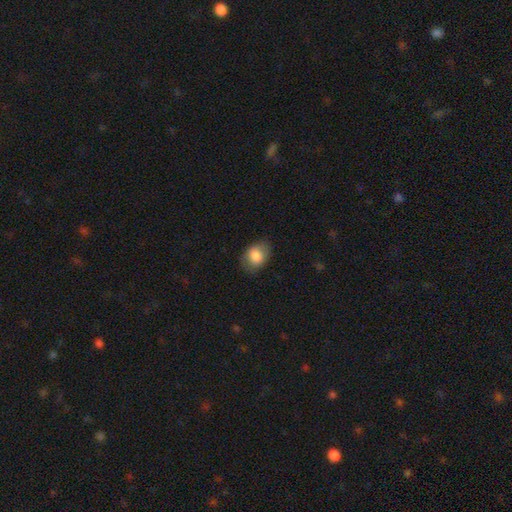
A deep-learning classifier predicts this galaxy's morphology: Smooth or featured? smooth (83%)
How rounded? in between (67%)
Merging? none (76%)